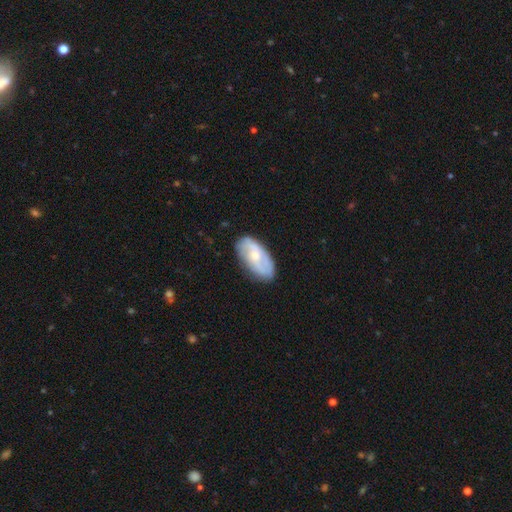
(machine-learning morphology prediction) Smooth or featured? featured or disk (58%)
Edge-on disk? no (93%)
Bar? no (63%)
Spiral arms? yes (78%)
Bulge size? moderate (47%)
Merging? none (77%)